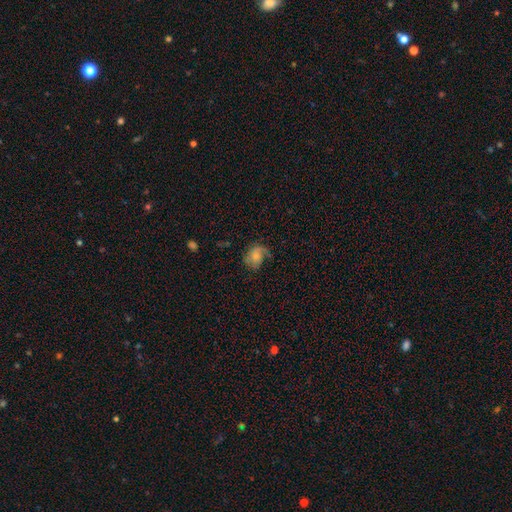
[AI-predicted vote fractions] This is possibly a smooth galaxy (56%). How rounded: possibly in between (56%). Merging: possibly none (47%).